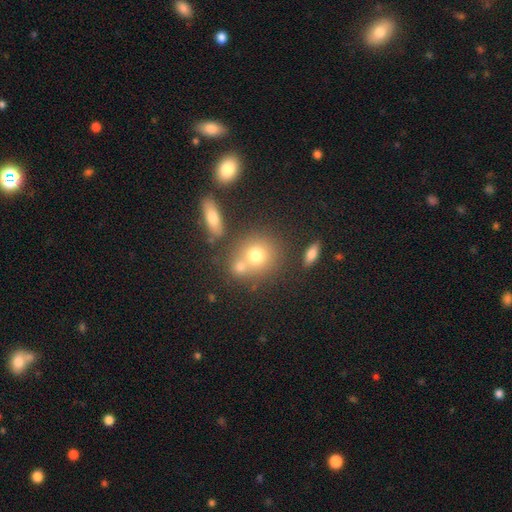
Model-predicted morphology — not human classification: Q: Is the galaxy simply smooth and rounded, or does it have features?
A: smooth — 72%.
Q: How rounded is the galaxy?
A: round — 80%.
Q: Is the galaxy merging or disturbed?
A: none — 54%.